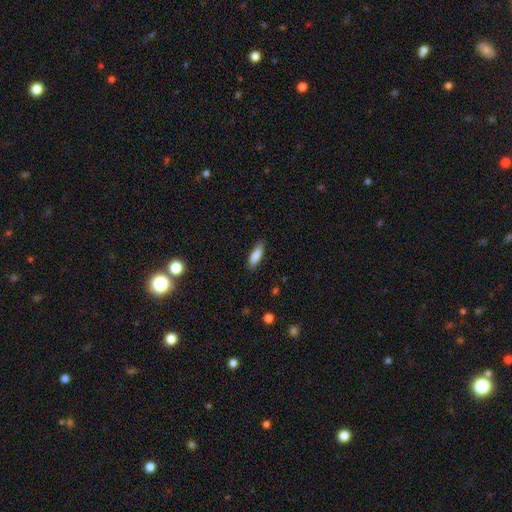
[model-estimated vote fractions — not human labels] The model was most divided on "how rounded": in between: 61%, cigar-shaped: 38%, round: 2%. More confident: smooth or featured — smooth (87%); merging — none (82%).